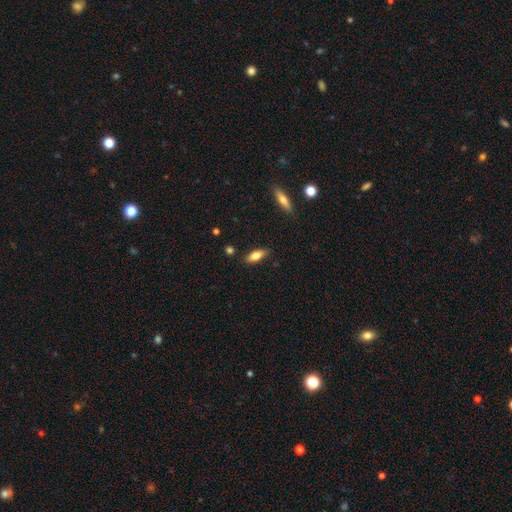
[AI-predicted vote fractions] A smooth galaxy with no disk features (78%) that is in between round and cigar-shaped (75%).

Vote fractions:
- Smooth or featured? smooth: 78% / featured or disk: 15% / star or artifact: 7%
- How rounded? in between: 75% / cigar-shaped: 23% / round: 2%
- Merging? none: 83% / minor disturbance: 12% / major disturbance: 3% / merger: 2%